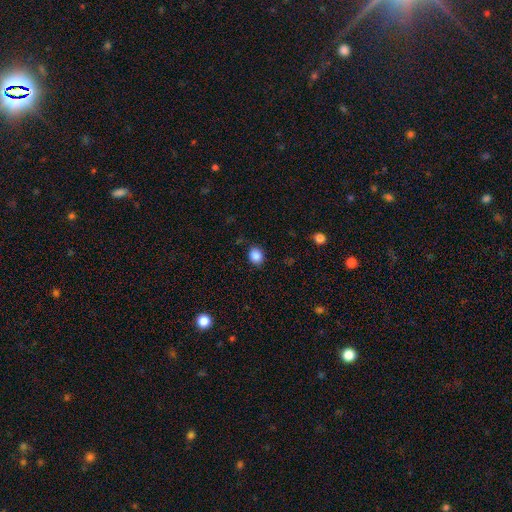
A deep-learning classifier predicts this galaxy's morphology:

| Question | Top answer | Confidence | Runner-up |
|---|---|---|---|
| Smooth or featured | smooth | 87% | star or artifact (10%) |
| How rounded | round | 60% | in between (39%) |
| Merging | none | 85% | minor disturbance (11%) |